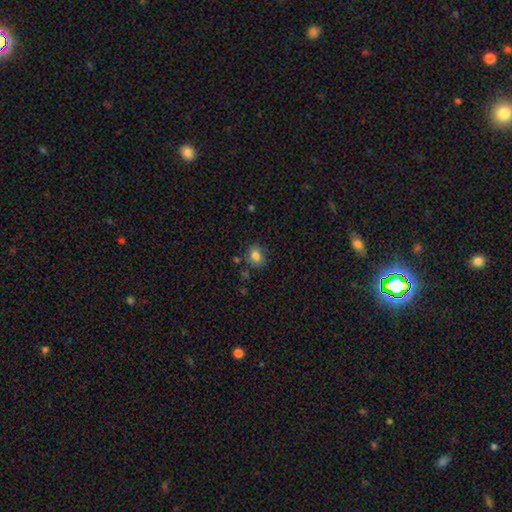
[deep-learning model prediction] Smooth or featured: smooth — 83% (star or artifact — 10%)
How rounded: in between — 60% (round — 39%)
Merging: none — 75% (minor disturbance — 17%)